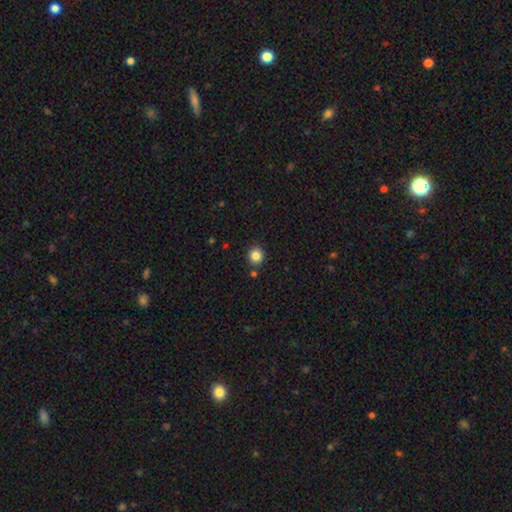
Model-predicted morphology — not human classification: This is clearly a smooth galaxy (85%). How rounded: clearly round (88%). Merging: clearly none (86%).